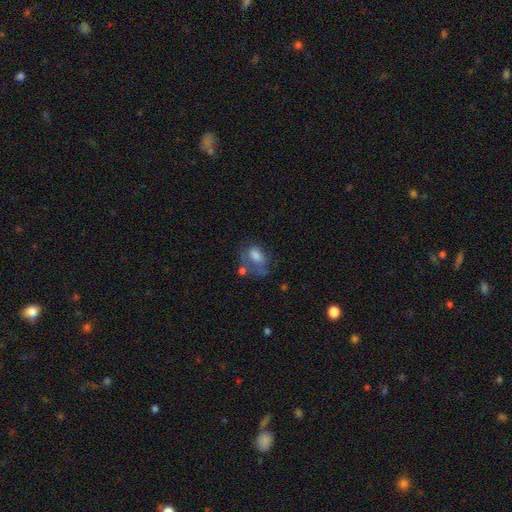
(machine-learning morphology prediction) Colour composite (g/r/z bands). It shows a smooth galaxy with no disk features (60%) that is in between round and cigar-shaped (80%). Merging: none (35%).